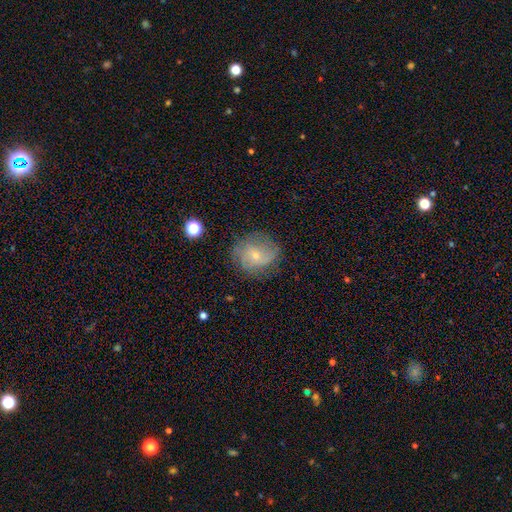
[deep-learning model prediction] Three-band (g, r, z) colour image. It shows a featured or disk galaxy (55%) with no bar (63%), spiral arms (80%) and a small central bulge (68%). Merging: none (68%).